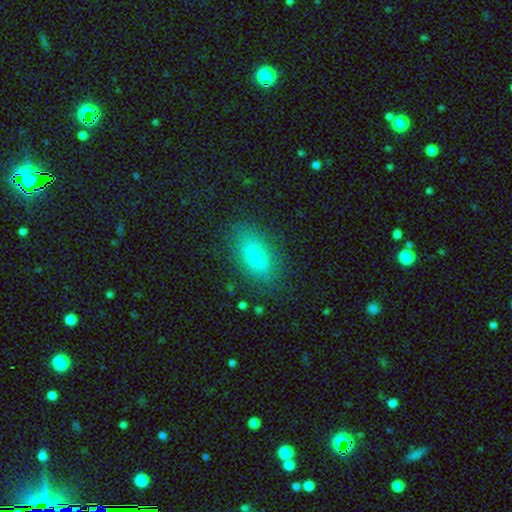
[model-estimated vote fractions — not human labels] smooth-or-featured: smooth: 73% | featured or disk: 18% | star or artifact: 9%
  how-rounded: in between: 86% | cigar-shaped: 8% | round: 7%
  merging: none: 84% | minor disturbance: 11% | major disturbance: 3% | merger: 1%